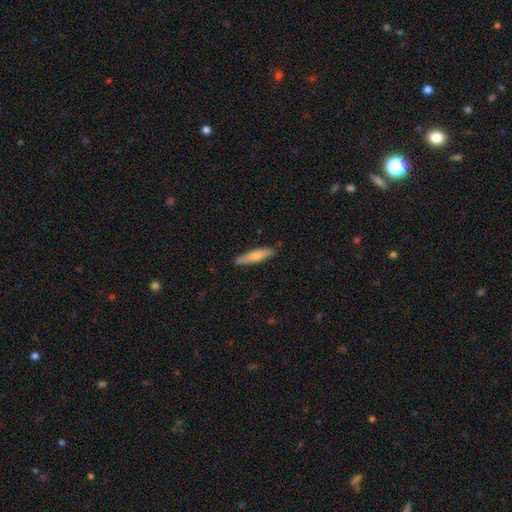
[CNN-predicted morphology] Overall: smooth (66%; featured or disk 29%). How rounded: cigar-shaped (81%). Merging: none (86%).